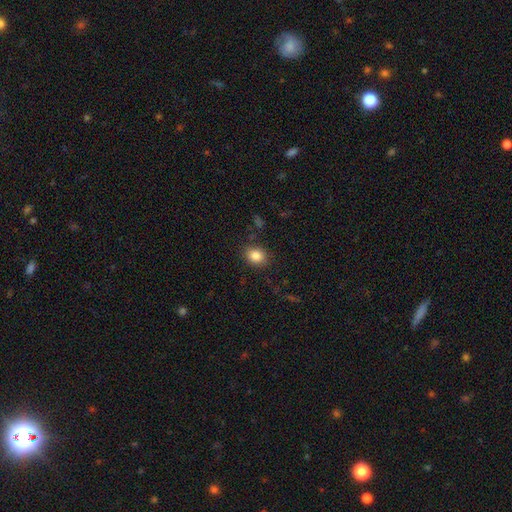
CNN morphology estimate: Q: Smooth or featured?
A: smooth (85%); runner-up: star or artifact (10%)
Q: How rounded?
A: round (50%); runner-up: in between (49%)
Q: Merging?
A: none (85%); runner-up: minor disturbance (10%)